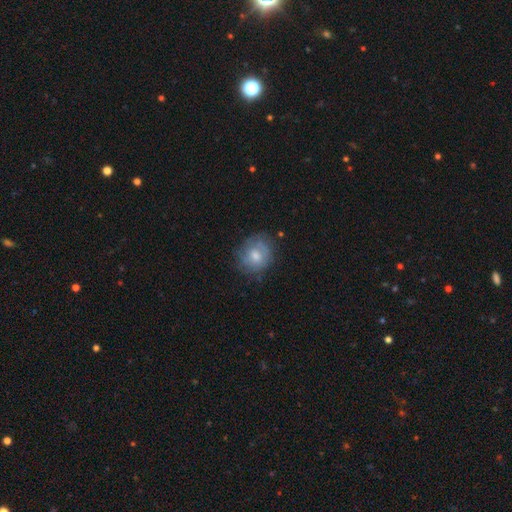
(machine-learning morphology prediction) smooth 64%, featured or disk 28%, star or artifact 8%. Down the decision tree: how rounded — round (72%); merging — none (65%).